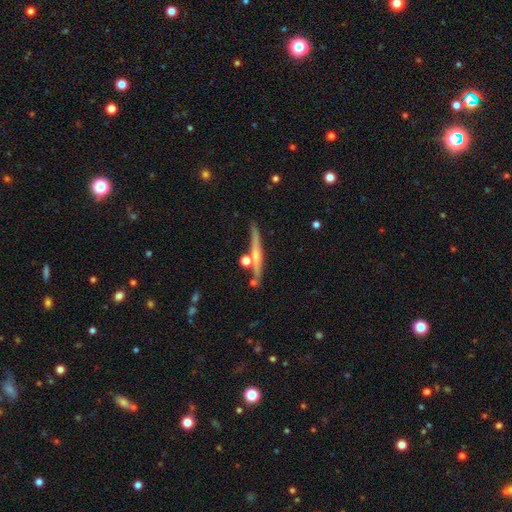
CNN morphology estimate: type=featured or disk (59%); edge-on=yes (96%); edge-on bulge=rounded (55%); merging=none (79%).